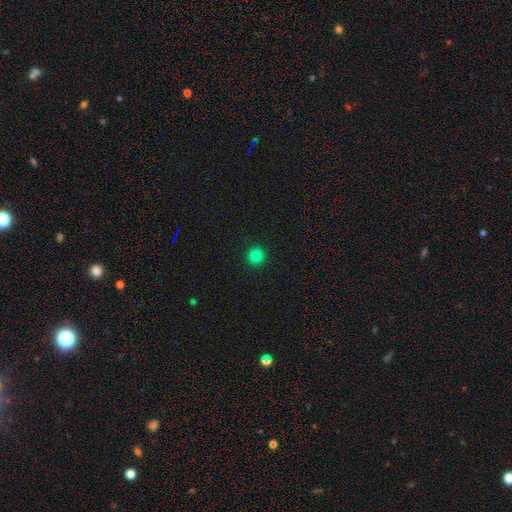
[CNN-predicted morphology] Smooth or featured?
  - smooth: 83% *
  - star or artifact: 13%
  - featured or disk: 3%
How rounded?
  - round: 94% *
  - in between: 5%
  - cigar-shaped: 1%
Merging?
  - none: 93% *
  - minor disturbance: 5%
  - major disturbance: 2%
  - merger: 1%